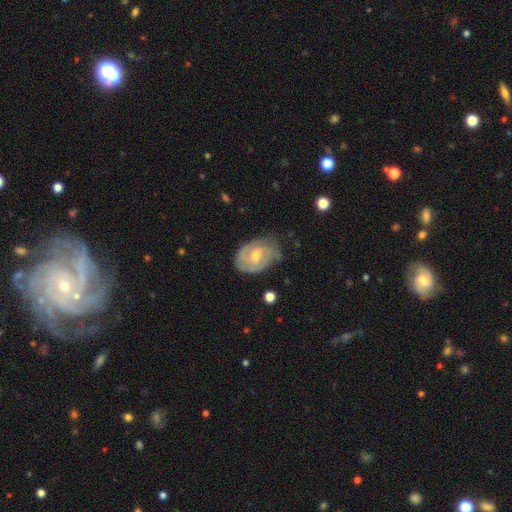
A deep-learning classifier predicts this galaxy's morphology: Smooth or featured? Predicted: featured or disk (p=0.77). Edge-on disk? Predicted: no (p=0.97). Bar? Predicted: no (p=0.48). Spiral arms? Predicted: yes (p=0.89). Spiral winding? Predicted: tight (p=0.60). Spiral arm count? Predicted: 2 (p=0.47). Bulge size? Predicted: moderate (p=0.58). Merging? Predicted: none (p=0.67).